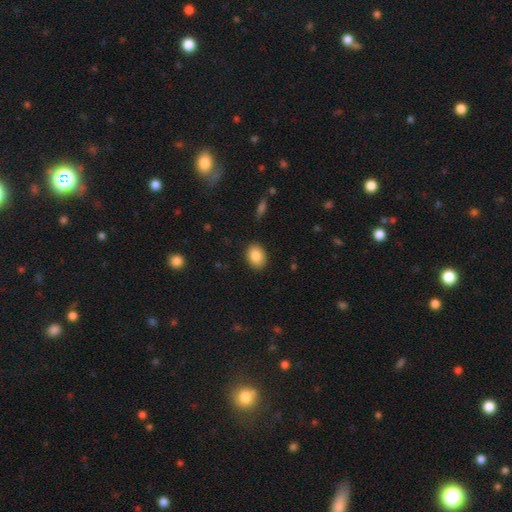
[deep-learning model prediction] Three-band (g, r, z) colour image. It shows a smooth galaxy with no disk features (86%) that is in between round and cigar-shaped (69%). Merging: none (89%).